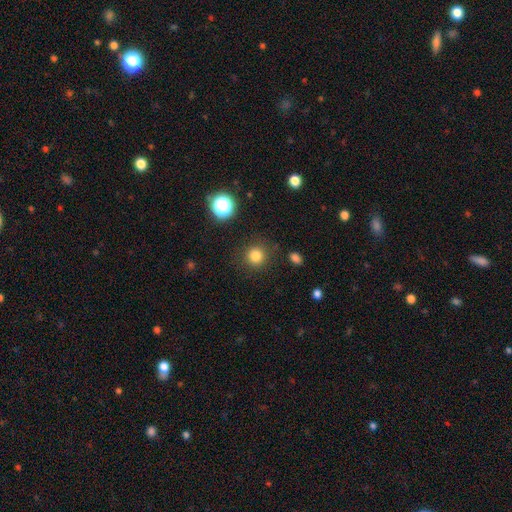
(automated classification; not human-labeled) Smooth or featured?
  - smooth: 81% *
  - star or artifact: 15%
  - featured or disk: 5%
How rounded?
  - round: 93% *
  - in between: 6%
  - cigar-shaped: 1%
Merging?
  - none: 87% *
  - minor disturbance: 8%
  - major disturbance: 4%
  - merger: 2%